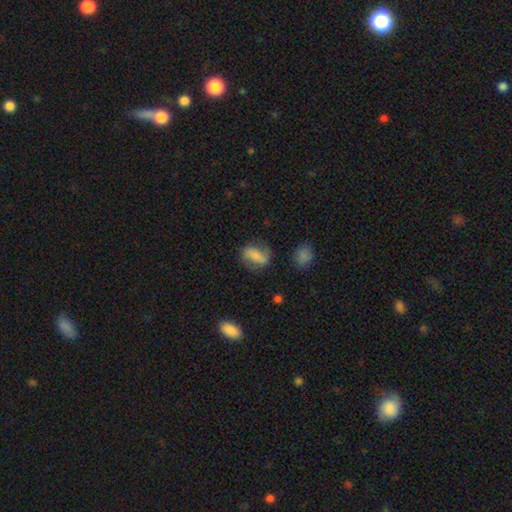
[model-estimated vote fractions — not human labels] Morphology: type=smooth (49%); merging=none (62%).